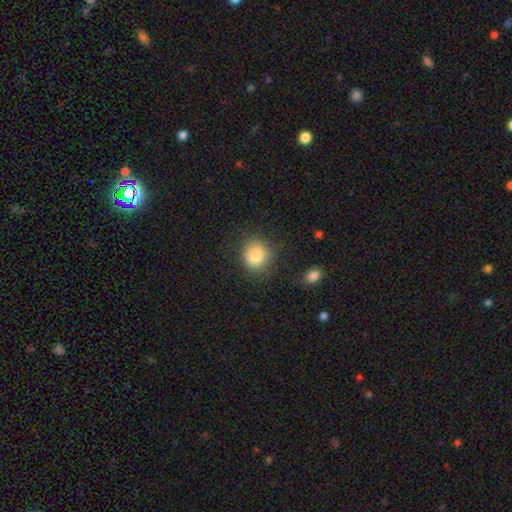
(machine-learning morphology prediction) Smooth or featured? Predicted: smooth (p=0.82). How rounded? Predicted: round (p=0.77). Merging? Predicted: none (p=0.78).